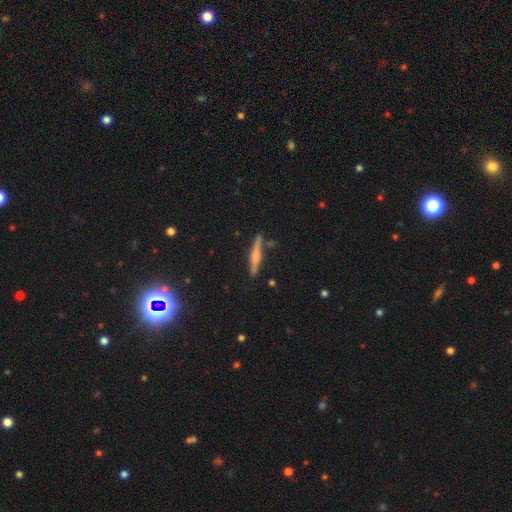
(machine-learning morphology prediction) smooth_or_featured: featured or disk (p=0.57) [alt: smooth p=0.36]
disk_edge_on: yes (p=0.97) [alt: no p=0.03]
edge_on_bulge: rounded (p=0.71) [alt: none p=0.15]
merging: none (p=0.85) [alt: minor disturbance p=0.10]